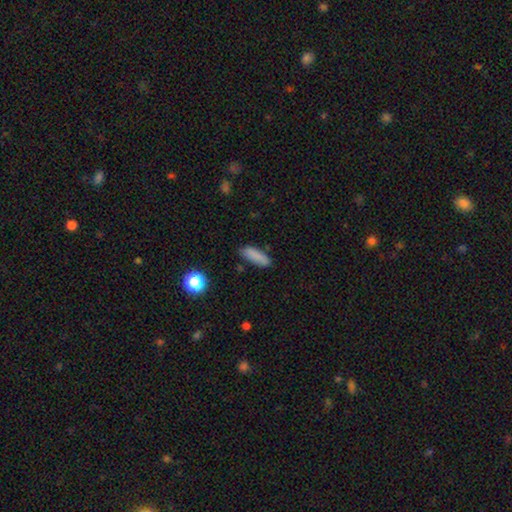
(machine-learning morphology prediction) This appears to be a smooth galaxy with no disk features (85%) that is in between round and cigar-shaped (50%). Merging: none (82%).